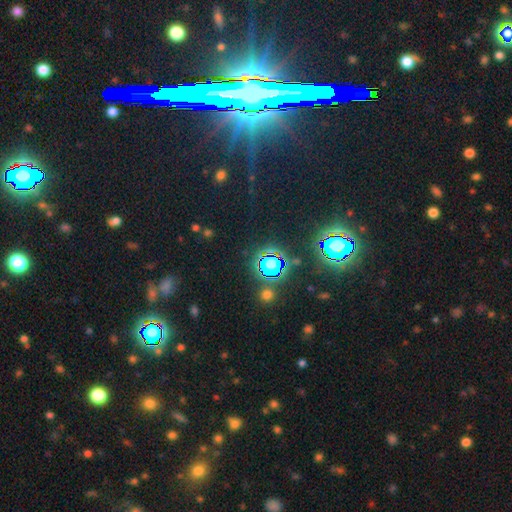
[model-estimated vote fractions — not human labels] This is clearly a star or artifact rather than a galaxy (82%).